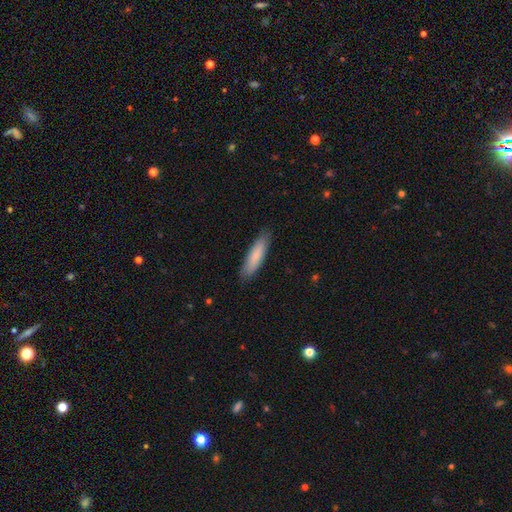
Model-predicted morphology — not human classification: type=smooth (80%); roundness=cigar-shaped (72%); merging=none (87%).